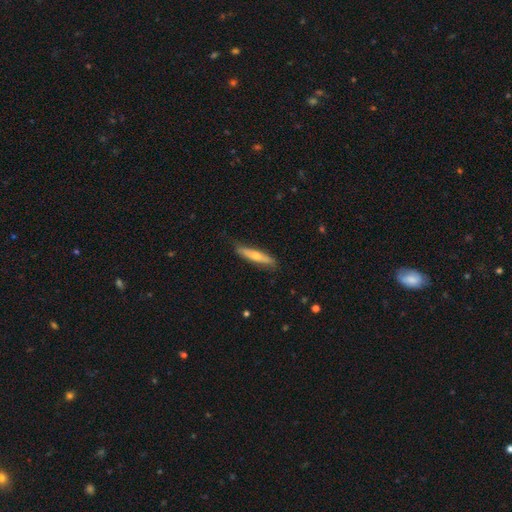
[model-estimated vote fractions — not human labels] This is possibly a smooth galaxy (48%). Merging: clearly none (82%).